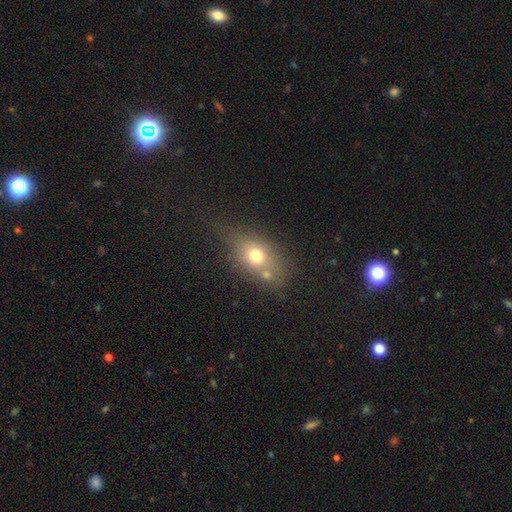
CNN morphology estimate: A smooth galaxy with no disk features (68%) that is in between round and cigar-shaped (65%). Merging: none (55%).